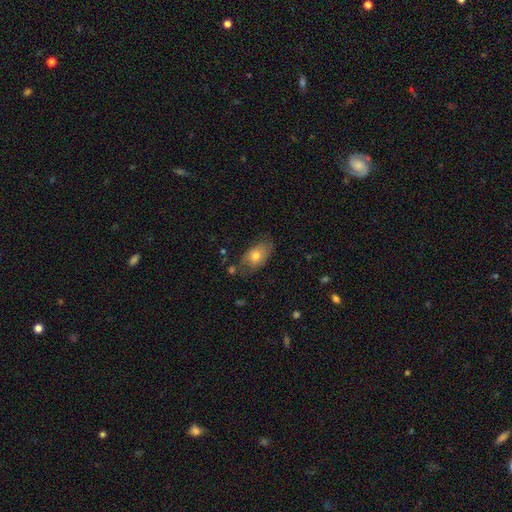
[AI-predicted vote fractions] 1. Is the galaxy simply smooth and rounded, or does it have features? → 68% smooth, 25% featured or disk, 7% star or artifact.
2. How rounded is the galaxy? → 88% in between, 10% round, 2% cigar-shaped.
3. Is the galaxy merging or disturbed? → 61% none, 27% minor disturbance, 8% major disturbance, 4% merger.